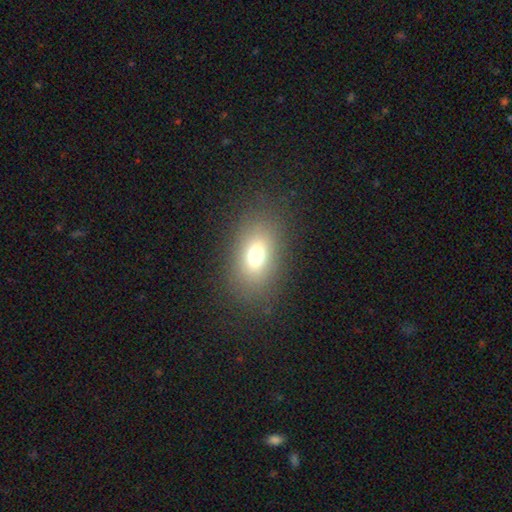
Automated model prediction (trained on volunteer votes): Morphology: type=smooth (70%); roundness=in between (78%); merging=none (81%).